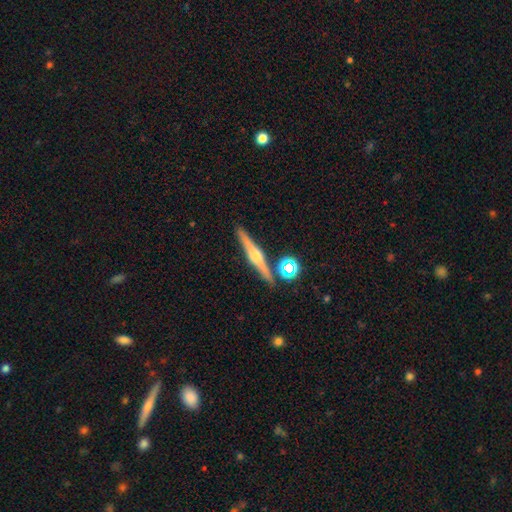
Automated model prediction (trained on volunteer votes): This is likely a featured or disk galaxy (78%). It is clearly viewed edge-on (98%). Edge-on bulge: clearly rounded (92%). Merging: clearly none (87%).